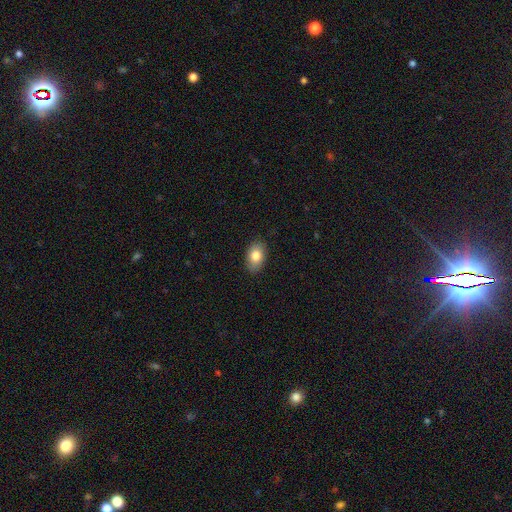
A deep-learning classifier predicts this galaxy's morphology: Smooth or featured? smooth (82%)
How rounded? in between (88%)
Merging? none (87%)